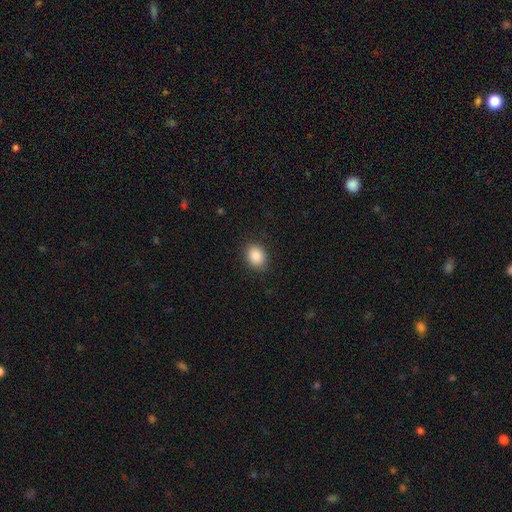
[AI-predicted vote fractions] The model was most divided on "how rounded": in between: 52%, round: 47%, cigar-shaped: 1%. More confident: smooth or featured — smooth (88%); merging — none (88%).